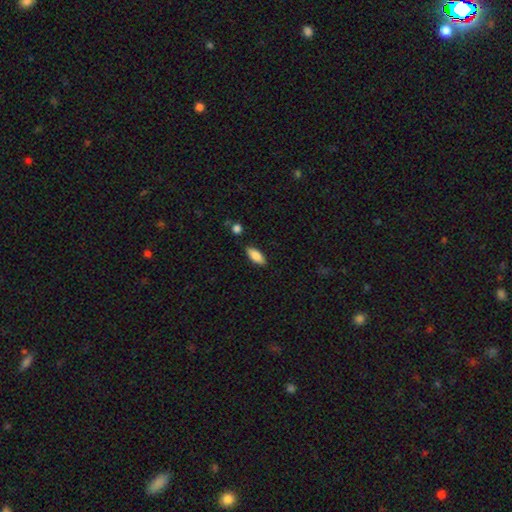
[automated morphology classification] smooth_or_featured: smooth (p=0.84) [alt: featured or disk p=0.09]
how_rounded: in between (p=0.78) [alt: cigar-shaped p=0.20]
merging: none (p=0.86) [alt: minor disturbance p=0.10]